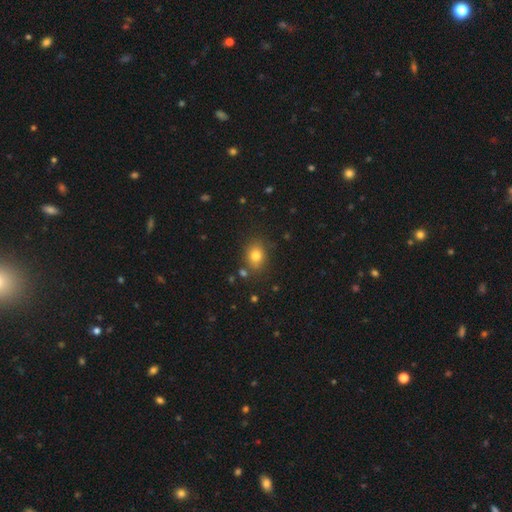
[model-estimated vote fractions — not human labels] A smooth galaxy with no disk features (79%) that is in between round and cigar-shaped (53%).

Vote fractions:
- Smooth or featured? smooth: 79% / star or artifact: 12% / featured or disk: 9%
- How rounded? in between: 53% / round: 46% / cigar-shaped: 1%
- Merging? none: 79% / minor disturbance: 12% / merger: 5% / major disturbance: 4%